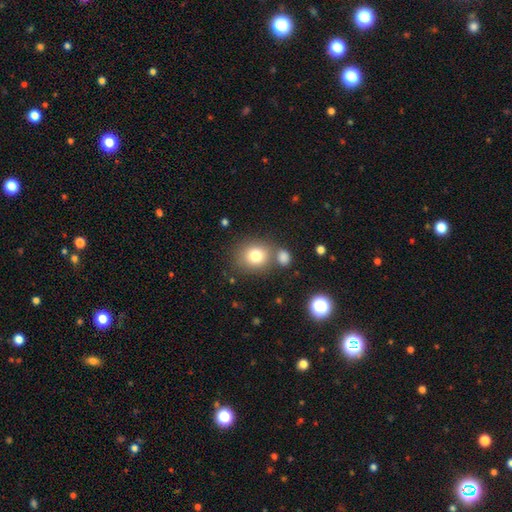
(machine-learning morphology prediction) smooth-or-featured: smooth: 79% | star or artifact: 11% | featured or disk: 10%
  how-rounded: round: 79% | in between: 20% | cigar-shaped: 1%
  merging: none: 66% | merger: 19% | minor disturbance: 11% | major disturbance: 4%